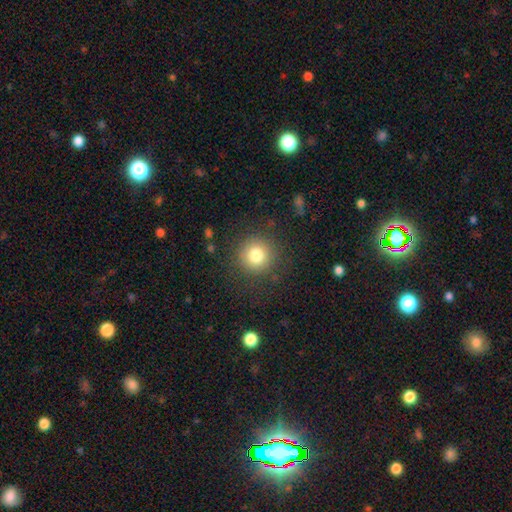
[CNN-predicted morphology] Q: Smooth or featured?
A: smooth (57%); runner-up: star or artifact (35%)
Q: How rounded?
A: round (96%); runner-up: in between (3%)
Q: Merging?
A: none (90%); runner-up: minor disturbance (5%)